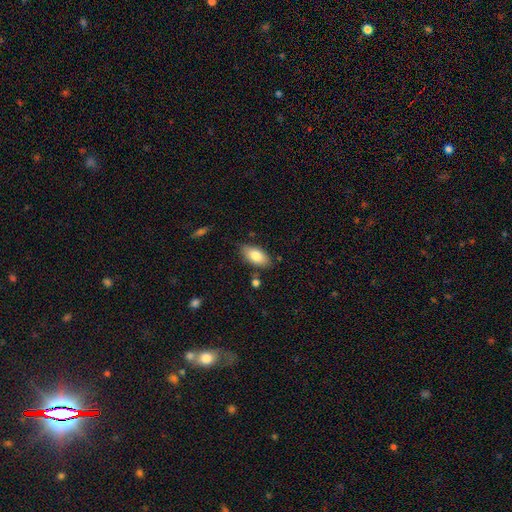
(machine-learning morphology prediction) This appears to be a smooth galaxy with no disk features (81%) that is in between round and cigar-shaped (91%). Merging: none (81%).